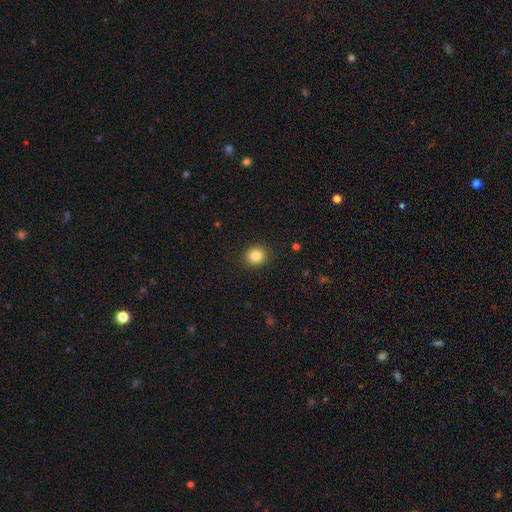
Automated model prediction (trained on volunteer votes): Smooth or featured: smooth — 84% (star or artifact — 10%)
How rounded: round — 83% (in between — 16%)
Merging: none — 90% (minor disturbance — 6%)